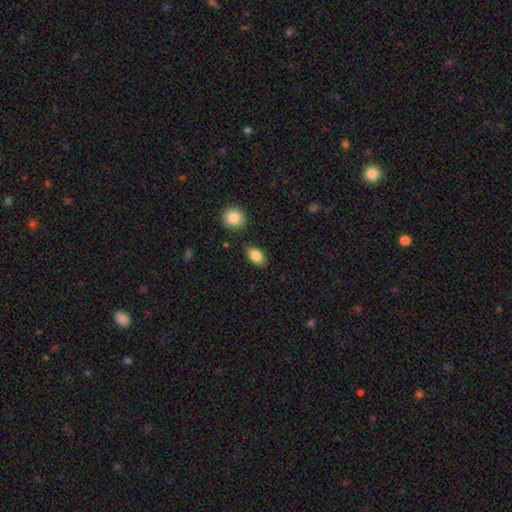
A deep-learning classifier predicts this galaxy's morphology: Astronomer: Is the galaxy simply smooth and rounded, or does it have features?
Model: smooth — 86%.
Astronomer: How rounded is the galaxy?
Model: in between — 88%.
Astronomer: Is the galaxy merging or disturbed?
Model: none — 82%.